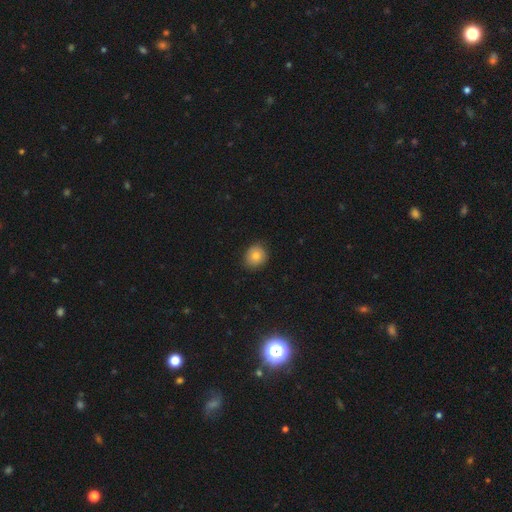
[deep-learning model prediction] This appears to be a smooth galaxy with no disk features (79%) that is round (74%). Merging: none (85%).